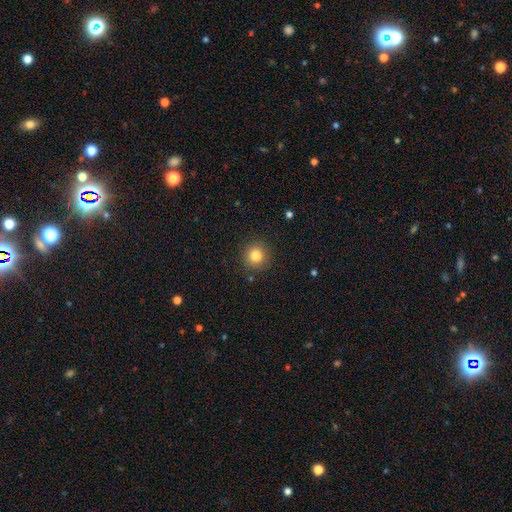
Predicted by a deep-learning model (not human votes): Overall: smooth (82%). How rounded: round (93%). Merging: none (90%).